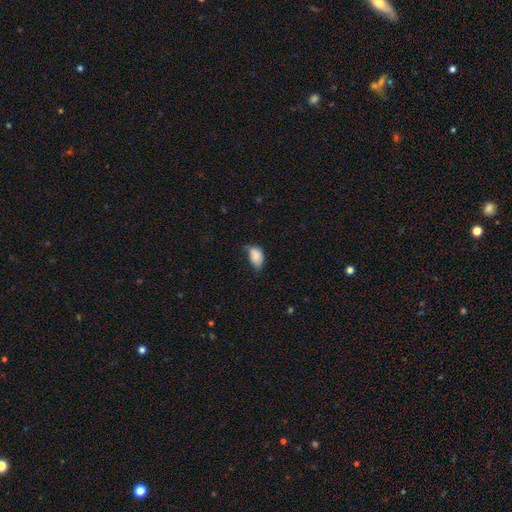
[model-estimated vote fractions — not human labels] smooth 85%, star or artifact 8%, featured or disk 7%. Down the decision tree: how rounded — in between (89%); merging — minor disturbance (42%, tied with none).